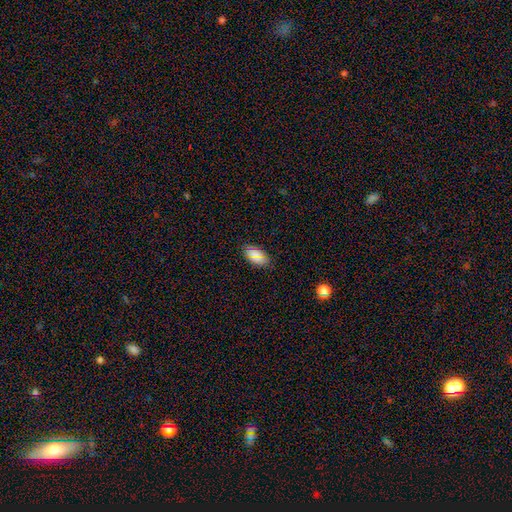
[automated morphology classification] smooth 80%, star or artifact 13%, featured or disk 8%. Down the decision tree: how rounded — in between (93%); merging — none (85%).